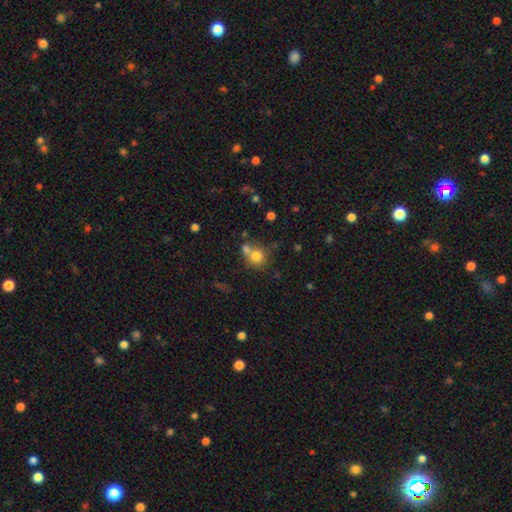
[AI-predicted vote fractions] Smooth or featured: smooth — 77% (star or artifact — 12%)
How rounded: round — 81% (in between — 18%)
Merging: none — 45% (merger — 41%)